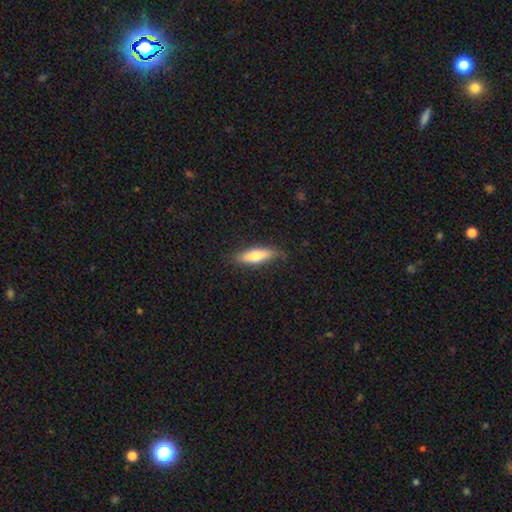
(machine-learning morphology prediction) Smooth or featured? smooth (68%)
How rounded? cigar-shaped (59%)
Merging? none (83%)